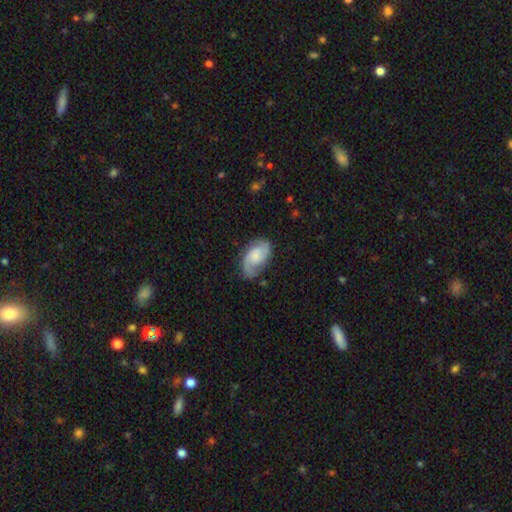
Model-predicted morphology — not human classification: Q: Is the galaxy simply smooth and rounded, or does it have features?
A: featured or disk — 74%.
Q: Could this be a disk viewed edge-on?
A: no — 97%.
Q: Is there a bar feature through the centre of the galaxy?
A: no — 59%.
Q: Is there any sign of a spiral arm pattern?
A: yes — 95%.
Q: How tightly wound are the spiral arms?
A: medium — 49%.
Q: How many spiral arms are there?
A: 2 — 87%.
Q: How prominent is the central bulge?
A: small — 36%.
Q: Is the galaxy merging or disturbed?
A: none — 73%.